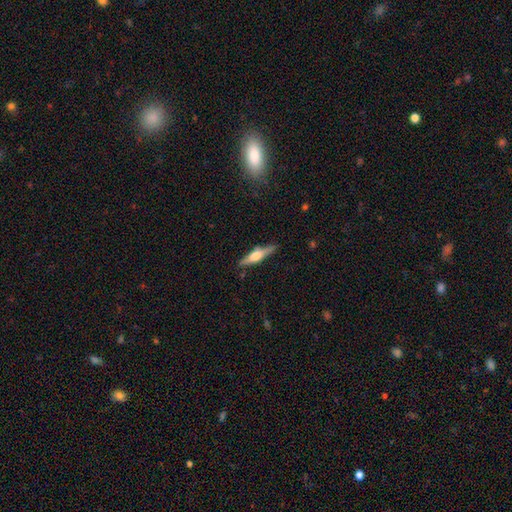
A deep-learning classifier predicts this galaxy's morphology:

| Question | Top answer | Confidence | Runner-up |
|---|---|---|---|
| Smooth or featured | featured or disk | 61% | smooth (33%) |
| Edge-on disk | yes | 96% | no (4%) |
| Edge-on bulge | rounded | 91% | boxy (6%) |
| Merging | none | 86% | minor disturbance (10%) |